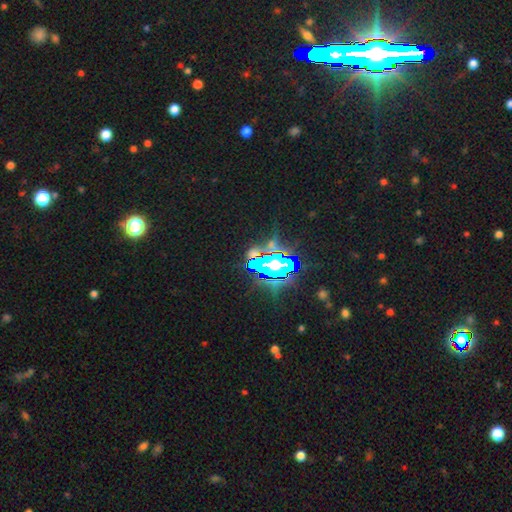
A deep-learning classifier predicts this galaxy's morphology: A star or artifact, not a galaxy (71%).